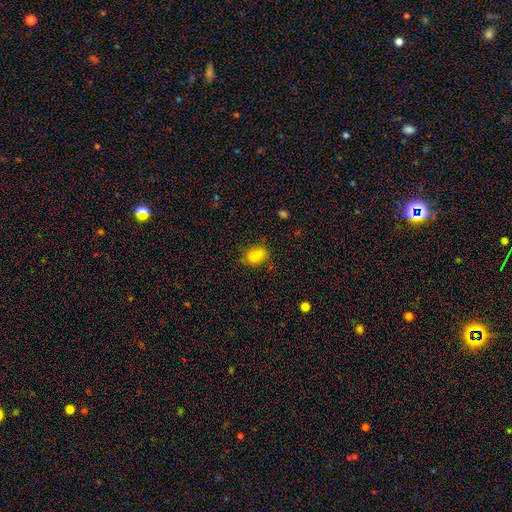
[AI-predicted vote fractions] smooth_or_featured: smooth (p=0.77) [alt: star or artifact p=0.12]
how_rounded: in between (p=0.67) [alt: round p=0.31]
merging: none (p=0.51) [alt: merger p=0.23]